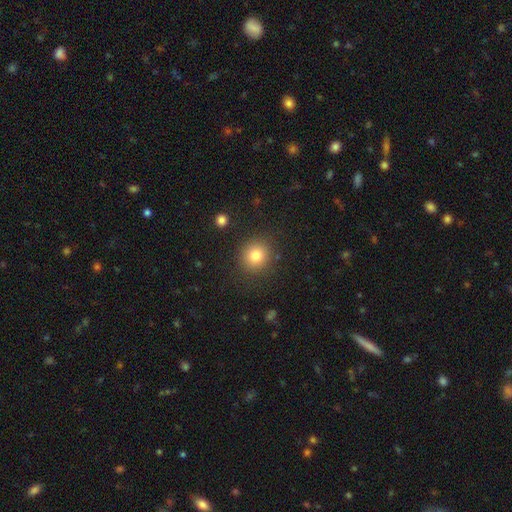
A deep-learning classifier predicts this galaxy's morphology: Q: Smooth or featured?
A: smooth (81%); runner-up: star or artifact (12%)
Q: How rounded?
A: round (89%); runner-up: in between (10%)
Q: Merging?
A: none (88%); runner-up: minor disturbance (7%)